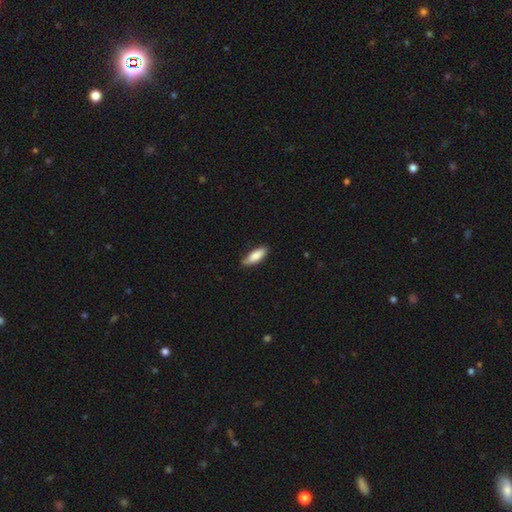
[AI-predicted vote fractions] smooth_or_featured: smooth (p=0.82) [alt: featured or disk p=0.13]
how_rounded: in between (p=0.59) [alt: cigar-shaped p=0.39]
merging: none (p=0.78) [alt: minor disturbance p=0.18]